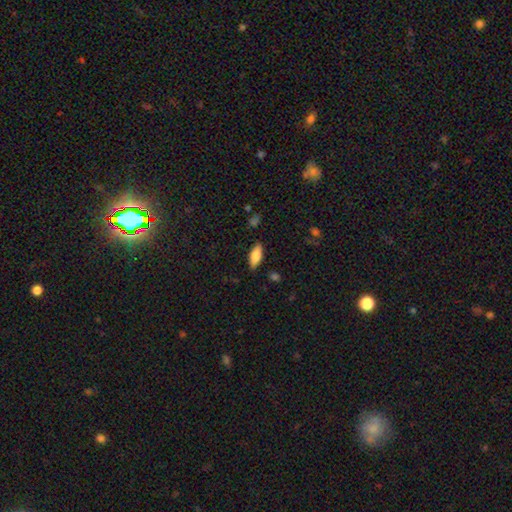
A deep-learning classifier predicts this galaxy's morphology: This is likely a smooth galaxy (76%). How rounded: likely in between (78%). Merging: clearly none (85%).